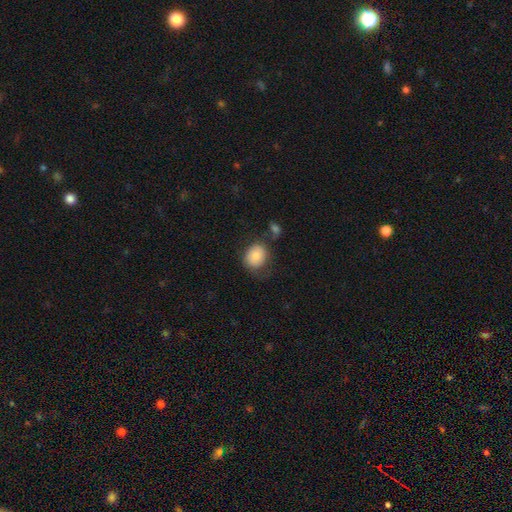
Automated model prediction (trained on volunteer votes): This appears to be a smooth galaxy with no disk features (80%) that is round (60%). Merging: none (57%).